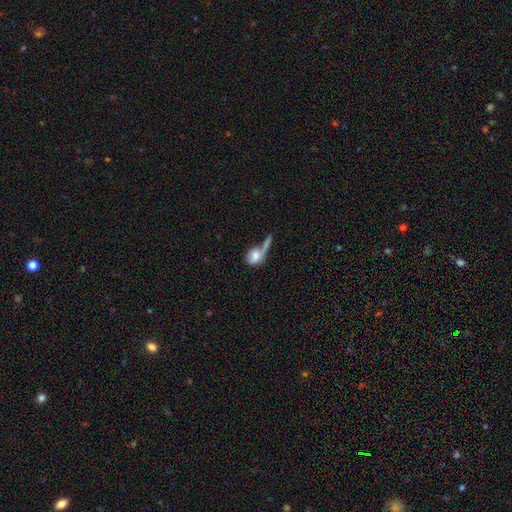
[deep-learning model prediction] Smooth or featured? Predicted: smooth (p=0.71). How rounded? Predicted: round (p=0.53). Merging? Predicted: merger (p=0.36).